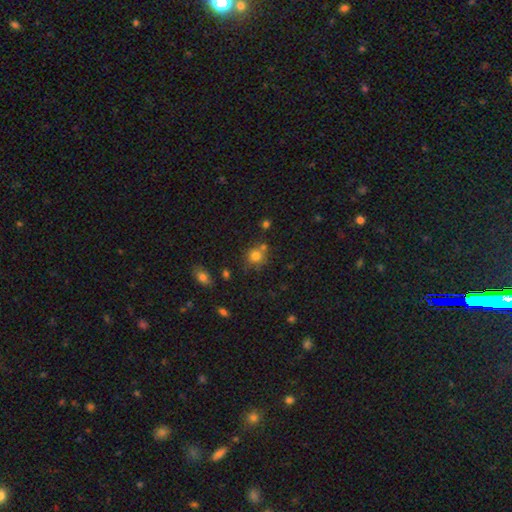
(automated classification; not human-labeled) smooth-or-featured: smooth: 78% | star or artifact: 13% | featured or disk: 9%
  how-rounded: round: 84% | in between: 15% | cigar-shaped: 1%
  merging: none: 64% | merger: 18% | minor disturbance: 13% | major disturbance: 4%